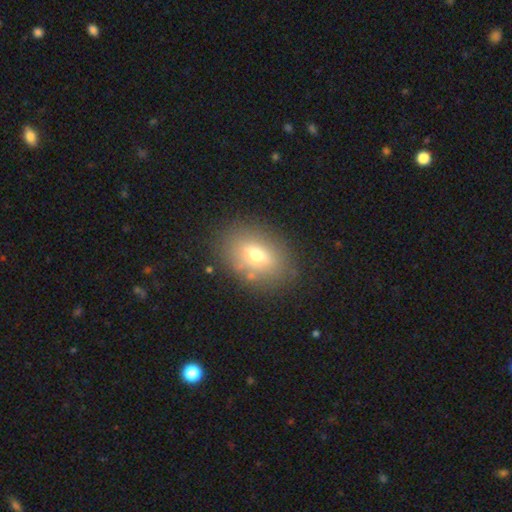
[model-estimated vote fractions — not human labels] smooth_or_featured: smooth (p=0.64) [alt: featured or disk p=0.24]
how_rounded: in between (p=0.78) [alt: round p=0.20]
merging: none (p=0.80) [alt: minor disturbance p=0.12]